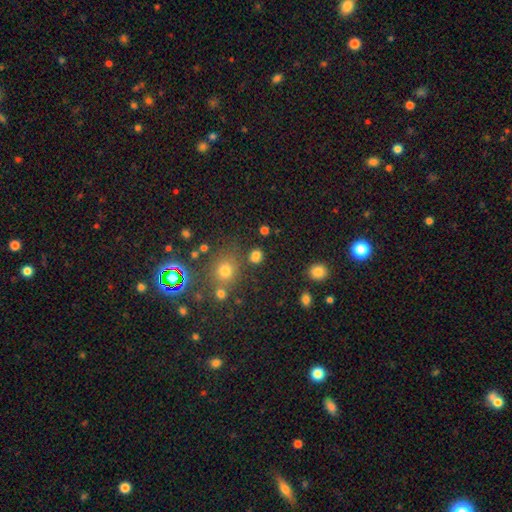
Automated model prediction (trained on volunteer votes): This is likely a smooth galaxy (75%). How rounded: likely round (77%). Merging: likely none (76%).